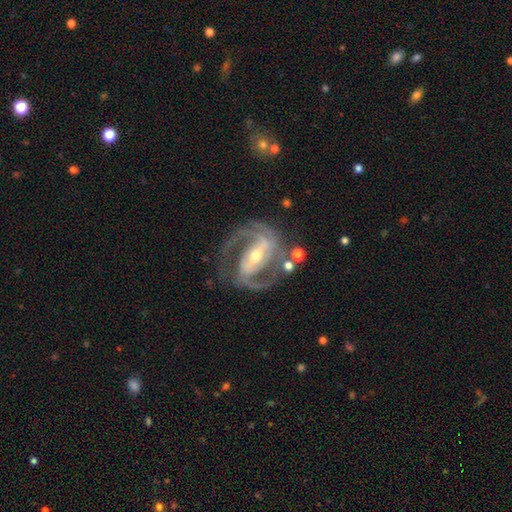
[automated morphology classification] Smooth or featured: featured or disk — 92% (star or artifact — 5%)
Edge-on disk: no — 97% (yes — 3%)
Bar: strong — 63% (weak — 27%)
Spiral arms: yes — 98% (no — 2%)
Spiral winding: medium — 57% (tight — 31%)
Spiral arm count: 2 — 81% (3 — 11%)
Bulge size: moderate — 53% (small — 42%)
Merging: none — 73% (minor disturbance — 15%)